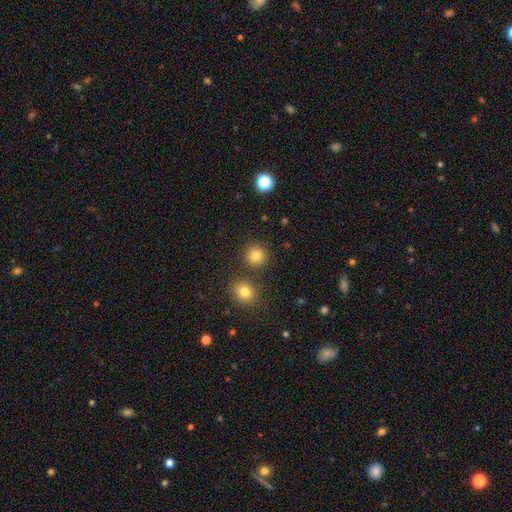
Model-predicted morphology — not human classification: Q: Smooth or featured?
A: smooth (82%); runner-up: star or artifact (13%)
Q: How rounded?
A: round (92%); runner-up: in between (7%)
Q: Merging?
A: none (86%); runner-up: minor disturbance (6%)